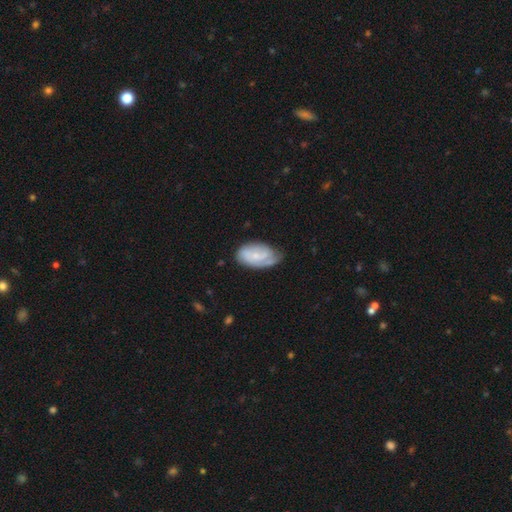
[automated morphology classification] Overall: featured or disk (55%; smooth 39%). Edge-on disk: no (96%). Bar: no (62%; weak 32%). Spiral arms: yes (80%). Bulge size: small (69%). Merging: none (57%; minor disturbance 32%).